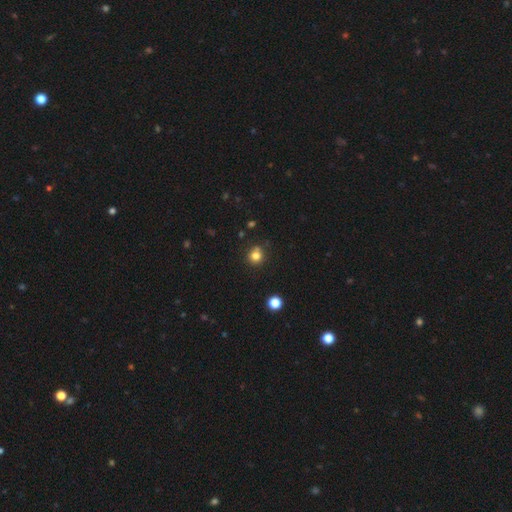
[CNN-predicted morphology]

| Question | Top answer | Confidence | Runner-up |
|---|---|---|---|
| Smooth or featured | smooth | 80% | star or artifact (14%) |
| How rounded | round | 89% | in between (10%) |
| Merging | none | 77% | minor disturbance (14%) |